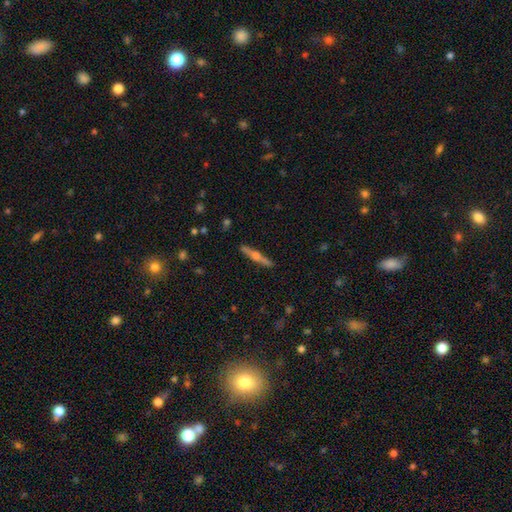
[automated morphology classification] type=featured or disk (69%); edge-on=yes (97%); edge-on bulge=rounded (88%); merging=none (89%).